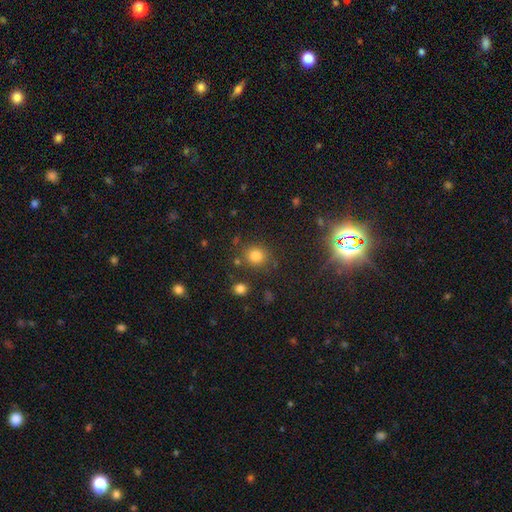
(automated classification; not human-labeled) smooth 76%, star or artifact 18%, featured or disk 6%. Down the decision tree: how rounded — round (85%); merging — none (80%).